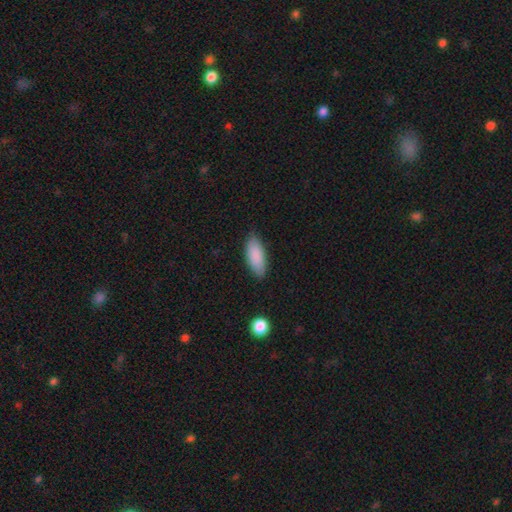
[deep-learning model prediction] Smooth or featured?
  - smooth: 88% *
  - featured or disk: 6%
  - star or artifact: 6%
How rounded?
  - in between: 80% *
  - cigar-shaped: 18%
  - round: 2%
Merging?
  - none: 84% *
  - minor disturbance: 13%
  - major disturbance: 2%
  - merger: 1%